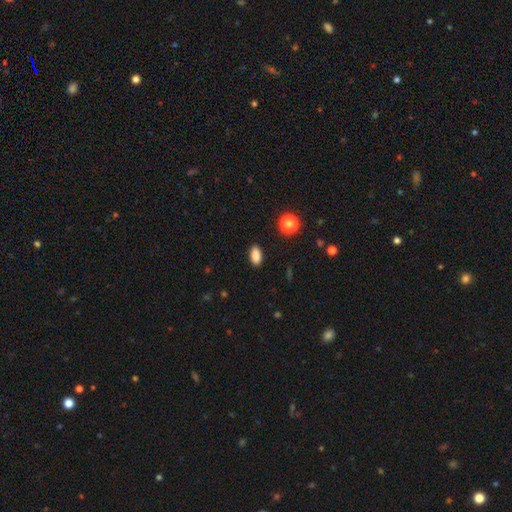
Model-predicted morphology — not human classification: Smooth or featured: smooth — 87% (star or artifact — 10%)
How rounded: in between — 89% (round — 6%)
Merging: none — 89% (minor disturbance — 8%)